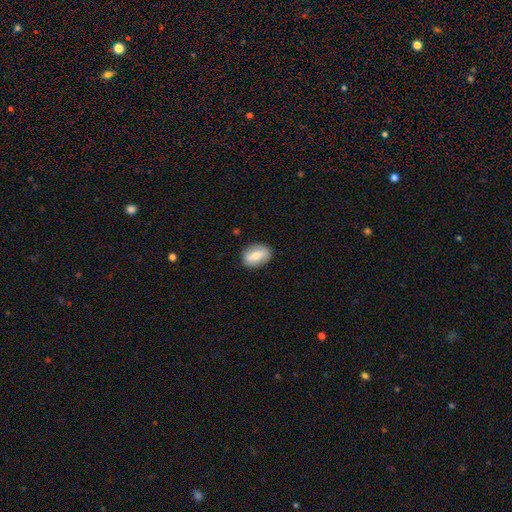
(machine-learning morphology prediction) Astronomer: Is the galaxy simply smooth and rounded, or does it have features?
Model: smooth — 64%.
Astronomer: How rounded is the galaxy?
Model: in between — 82%.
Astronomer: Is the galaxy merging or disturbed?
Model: none — 84%.